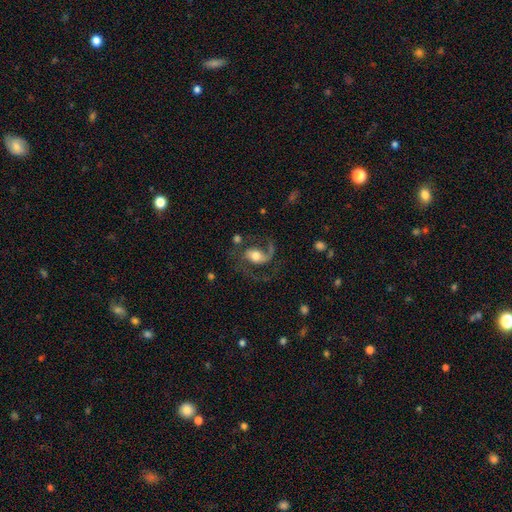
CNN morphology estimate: type=featured or disk (80%); edge-on=no (97%); bar=no (41%); spiral arms=yes (94%); winding=medium (48%); arm count=2 (68%); bulge=moderate (62%); merging=none (55%).